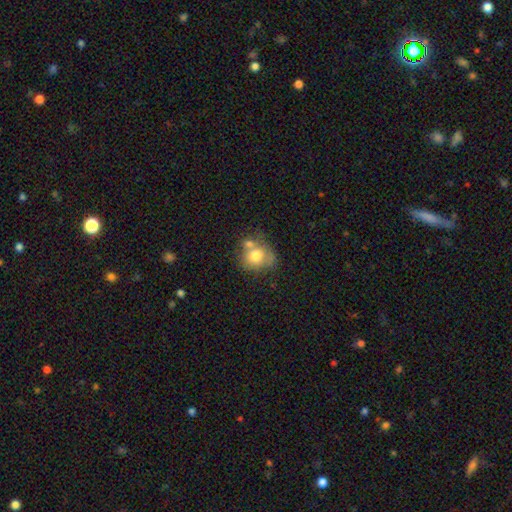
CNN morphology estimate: smooth 71%, featured or disk 21%, star or artifact 8%. Down the decision tree: how rounded — round (66%); merging — merger (39%).